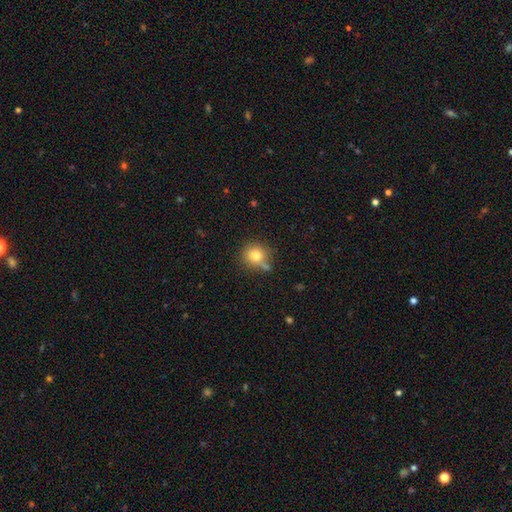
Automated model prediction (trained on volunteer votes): Smooth or featured?
  - smooth: 78% *
  - star or artifact: 12%
  - featured or disk: 10%
How rounded?
  - round: 85% *
  - in between: 14%
  - cigar-shaped: 1%
Merging?
  - none: 65% *
  - minor disturbance: 18%
  - merger: 12%
  - major disturbance: 6%